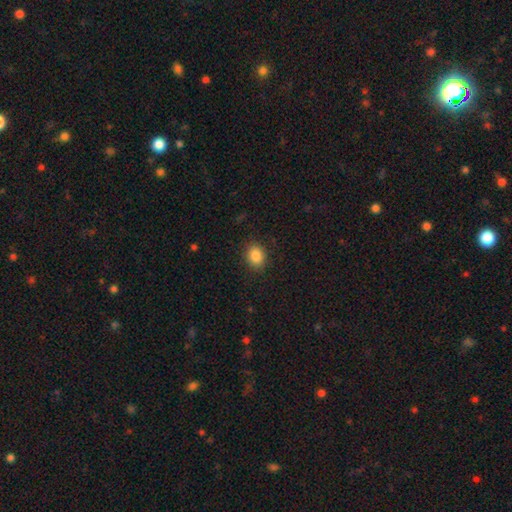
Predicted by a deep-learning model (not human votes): This is clearly a smooth galaxy (87%). How rounded: possibly in between (54%). Merging: clearly none (87%).